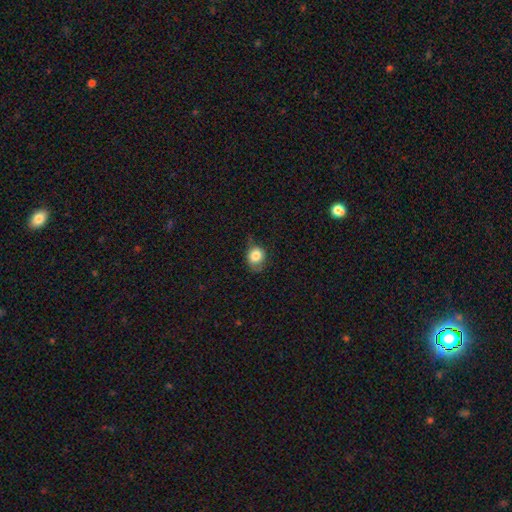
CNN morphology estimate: A smooth galaxy with no disk features (79%) that is round (64%). Merging: none (55%).